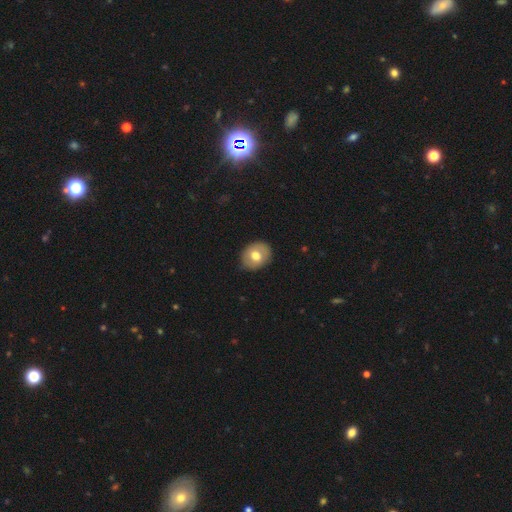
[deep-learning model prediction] Smooth or featured? Predicted: smooth (p=0.67). How rounded? Predicted: round (p=0.56). Merging? Predicted: none (p=0.84).